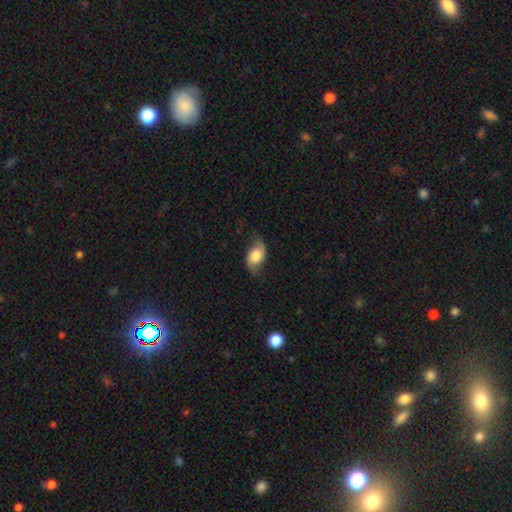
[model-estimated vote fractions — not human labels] smooth 63%, featured or disk 30%, star or artifact 8%. Down the decision tree: how rounded — in between (88%); merging — none (63%).